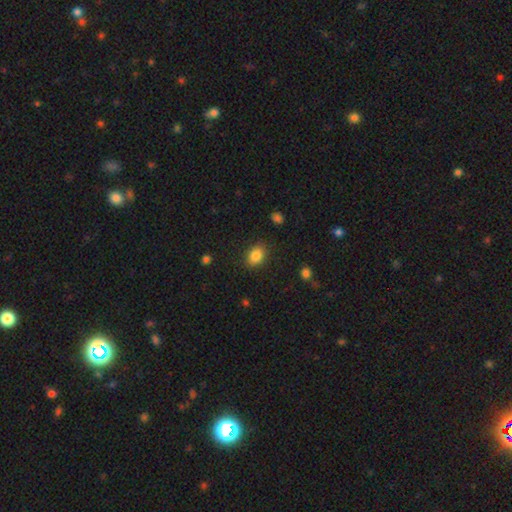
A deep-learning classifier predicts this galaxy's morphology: Smooth or featured: smooth — 85% (star or artifact — 9%)
How rounded: in between — 72% (round — 26%)
Merging: none — 84% (minor disturbance — 11%)